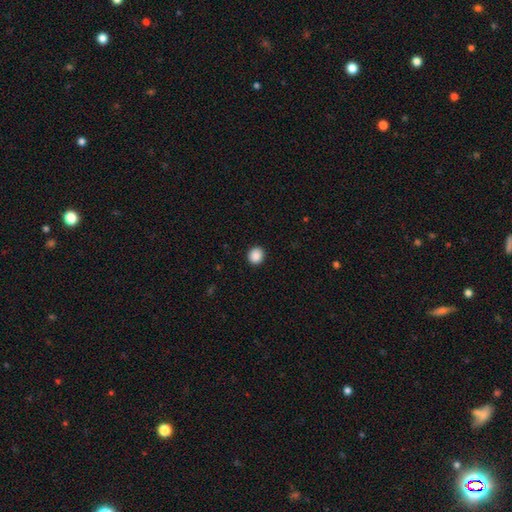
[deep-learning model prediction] Morphology: type=smooth (89%); roundness=round (85%); merging=none (92%).